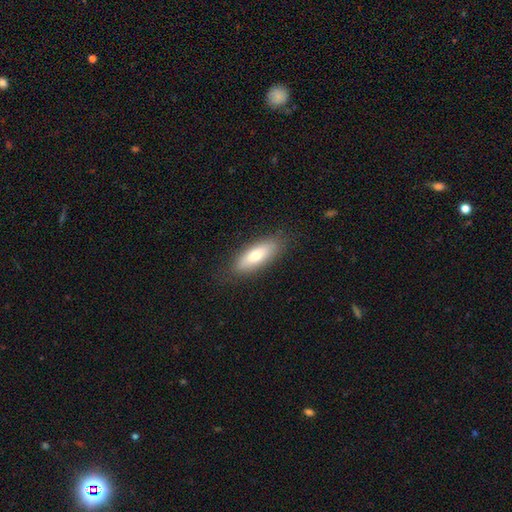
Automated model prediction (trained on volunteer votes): Smooth or featured?
  - smooth: 70% *
  - featured or disk: 23%
  - star or artifact: 6%
How rounded?
  - in between: 64% *
  - cigar-shaped: 34%
  - round: 2%
Merging?
  - none: 85% *
  - minor disturbance: 11%
  - major disturbance: 3%
  - merger: 1%